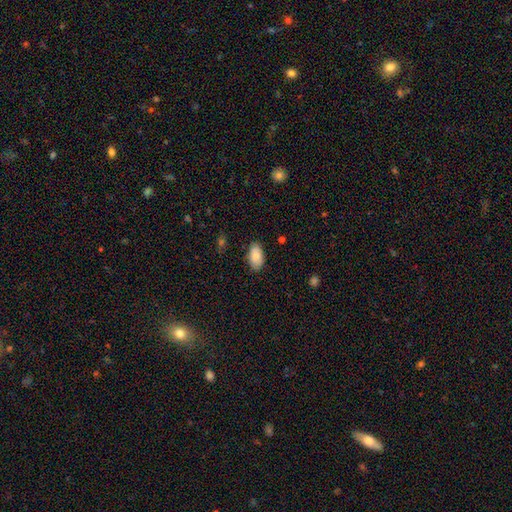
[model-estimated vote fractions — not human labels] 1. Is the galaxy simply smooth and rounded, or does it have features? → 88% smooth, 7% star or artifact, 6% featured or disk.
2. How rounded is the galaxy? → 95% in between, 3% round, 2% cigar-shaped.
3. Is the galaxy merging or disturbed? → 84% none, 12% minor disturbance, 3% major disturbance, 1% merger.